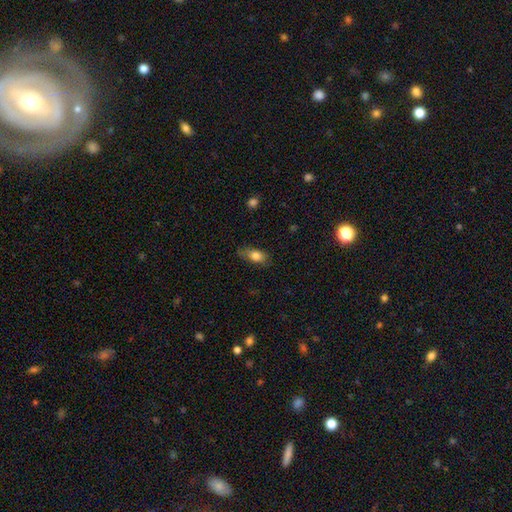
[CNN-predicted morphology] The model was most divided on "merging": none: 69%, minor disturbance: 23%, major disturbance: 6%, merger: 1%. More confident: how rounded — in between (83%); smooth or featured — smooth (80%).